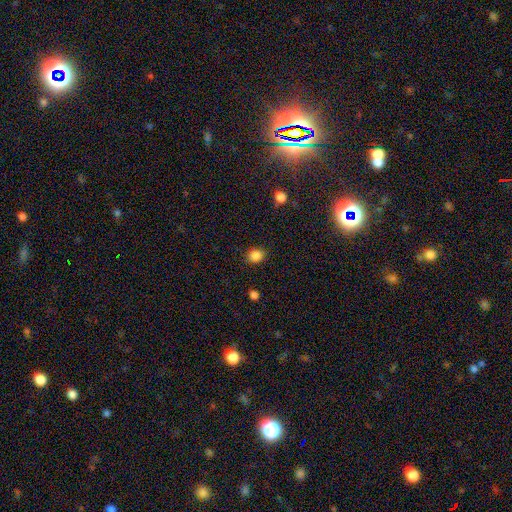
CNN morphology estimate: Smooth or featured? smooth (86%)
How rounded? round (62%)
Merging? none (86%)